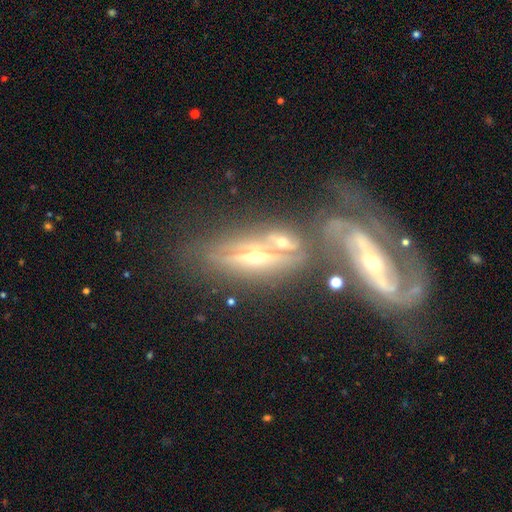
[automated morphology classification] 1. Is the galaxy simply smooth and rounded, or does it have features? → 75% featured or disk, 17% smooth, 8% star or artifact.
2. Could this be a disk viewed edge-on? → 51% yes, 49% no.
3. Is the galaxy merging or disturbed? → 47% merger, 30% none, 14% minor disturbance, 10% major disturbance.